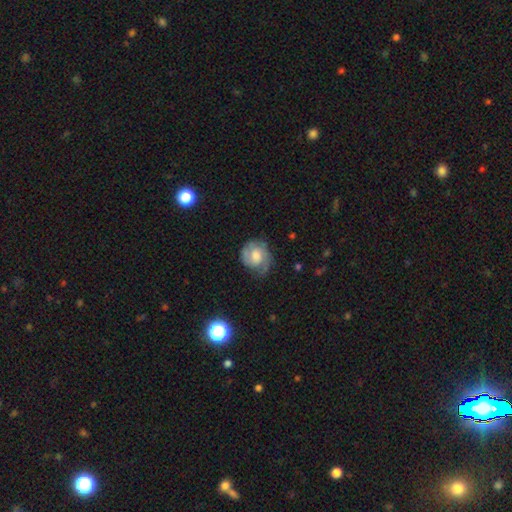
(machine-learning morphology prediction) smooth_or_featured: featured or disk (p=0.66) [alt: smooth p=0.27]
disk_edge_on: no (p=0.98) [alt: yes p=0.02]
bar: no (p=0.63) [alt: weak p=0.32]
has_spiral_arms: yes (p=0.90) [alt: no p=0.10]
spiral_winding: tight (p=0.48) [alt: medium p=0.38]
spiral_arm_count: 2 (p=0.64) [alt: can't tell p=0.15]
bulge_size: moderate (p=0.42) [alt: large p=0.31]
merging: none (p=0.65) [alt: minor disturbance p=0.23]